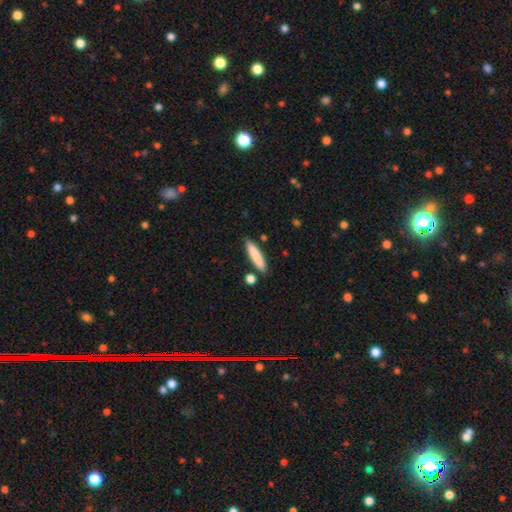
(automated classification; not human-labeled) Smooth or featured: smooth — 82% (featured or disk — 12%)
How rounded: cigar-shaped — 85% (in between — 14%)
Merging: none — 83% (minor disturbance — 10%)